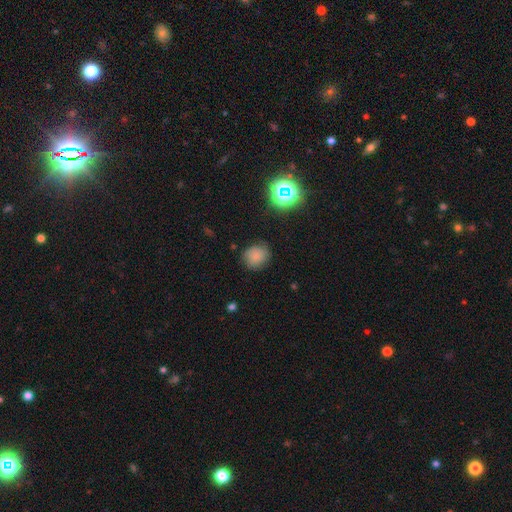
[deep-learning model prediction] smooth 78%, star or artifact 15%, featured or disk 7%. Down the decision tree: how rounded — round (79%); merging — none (79%).